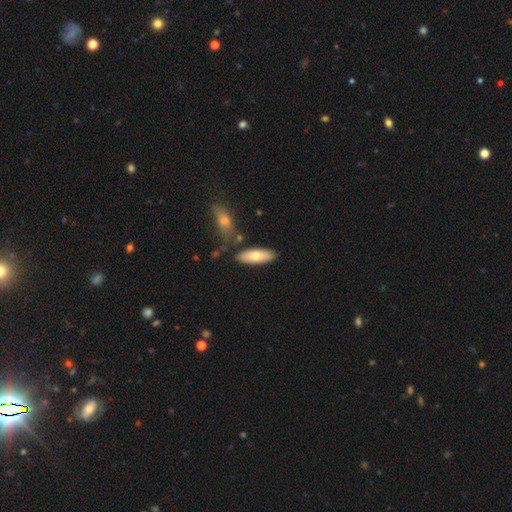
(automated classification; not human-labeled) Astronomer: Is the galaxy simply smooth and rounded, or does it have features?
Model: smooth — 70%.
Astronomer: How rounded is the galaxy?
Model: in between — 68%.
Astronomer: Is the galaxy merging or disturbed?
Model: none — 77%.